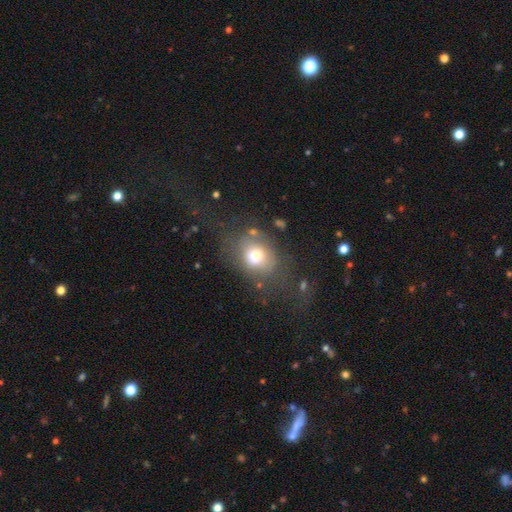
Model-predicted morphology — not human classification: This is likely a smooth galaxy (69%). How rounded: possibly round (54%). Merging: possibly none (52%).